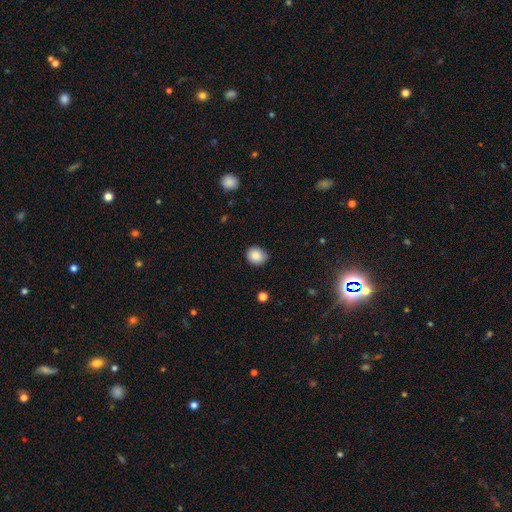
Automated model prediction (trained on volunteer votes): Smooth or featured?
  - smooth: 86% *
  - star or artifact: 9%
  - featured or disk: 5%
How rounded?
  - round: 75% *
  - in between: 24%
  - cigar-shaped: 1%
Merging?
  - none: 78% *
  - minor disturbance: 18%
  - major disturbance: 3%
  - merger: 1%